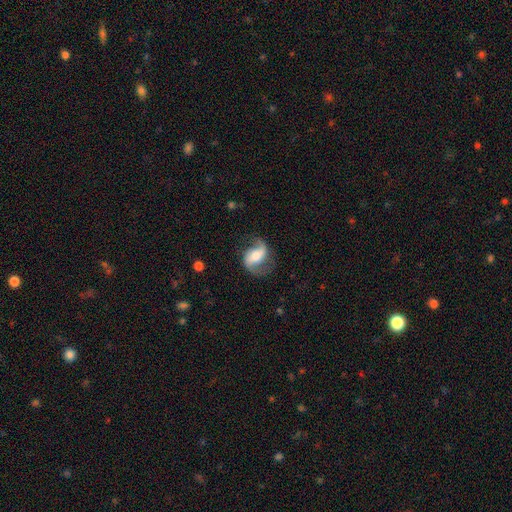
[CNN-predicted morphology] Smooth or featured? featured or disk (81%)
Edge-on disk? no (97%)
Bar? weak (35%)
Spiral arms? yes (94%)
Spiral winding? loose (53%)
Spiral arm count? 2 (90%)
Bulge size? moderate (53%)
Merging? none (73%)